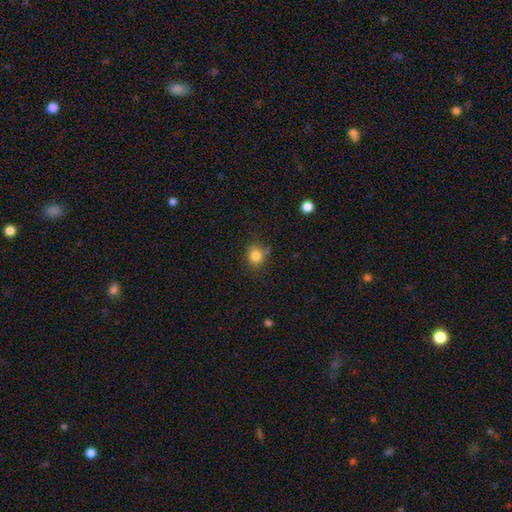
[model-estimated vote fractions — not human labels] Overall: smooth (82%). How rounded: round (78%). Merging: none (72%).